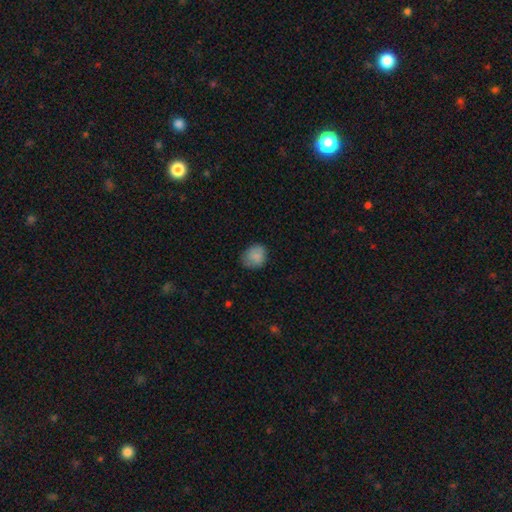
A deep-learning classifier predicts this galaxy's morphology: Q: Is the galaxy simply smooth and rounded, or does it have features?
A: smooth — 84%.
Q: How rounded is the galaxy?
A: round — 66%.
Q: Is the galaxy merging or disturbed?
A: none — 74%.